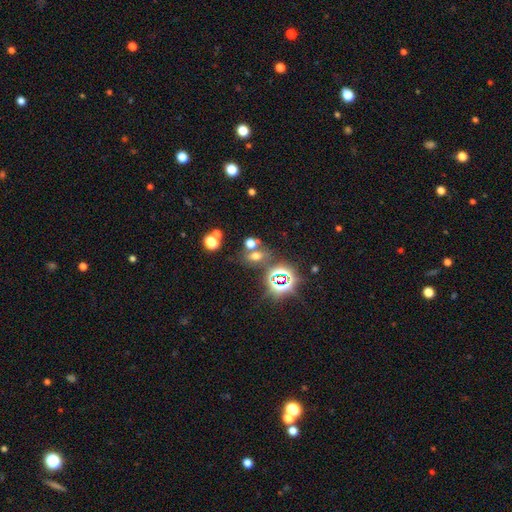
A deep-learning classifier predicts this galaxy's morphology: Smooth or featured: smooth — 45% (star or artifact — 42%)
Merging: none — 61% (merger — 22%)